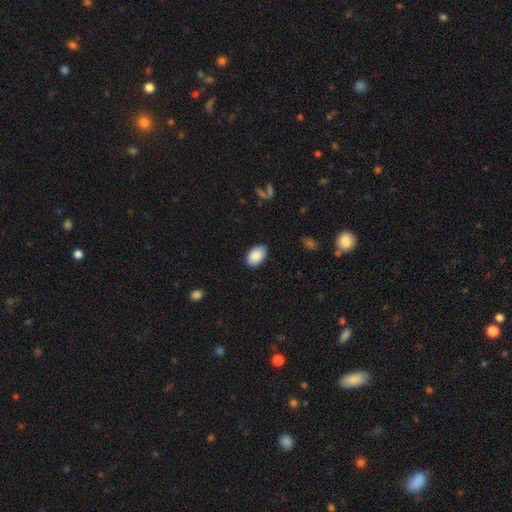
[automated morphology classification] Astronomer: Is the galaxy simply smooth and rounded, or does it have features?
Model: smooth — 89%.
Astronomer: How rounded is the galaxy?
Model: in between — 93%.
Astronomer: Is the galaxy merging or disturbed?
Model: none — 85%.